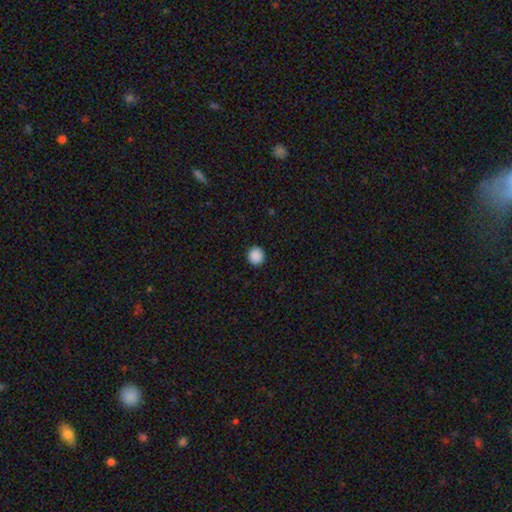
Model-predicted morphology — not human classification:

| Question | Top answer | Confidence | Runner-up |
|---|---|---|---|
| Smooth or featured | smooth | 89% | star or artifact (9%) |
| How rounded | round | 93% | in between (6%) |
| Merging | none | 93% | minor disturbance (4%) |